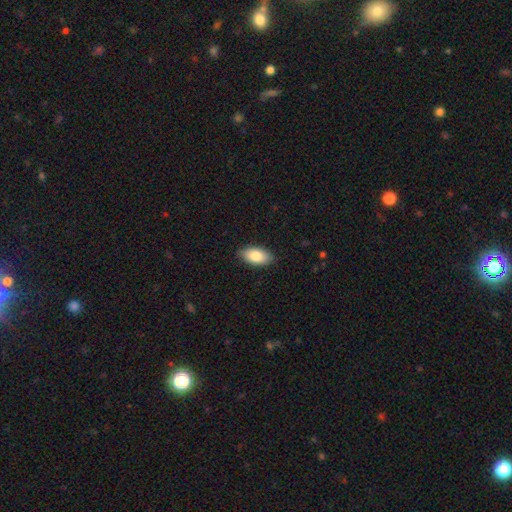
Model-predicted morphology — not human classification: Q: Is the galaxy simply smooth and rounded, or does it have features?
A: smooth — 82%.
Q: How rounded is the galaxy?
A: in between — 93%.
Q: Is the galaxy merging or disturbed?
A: none — 87%.